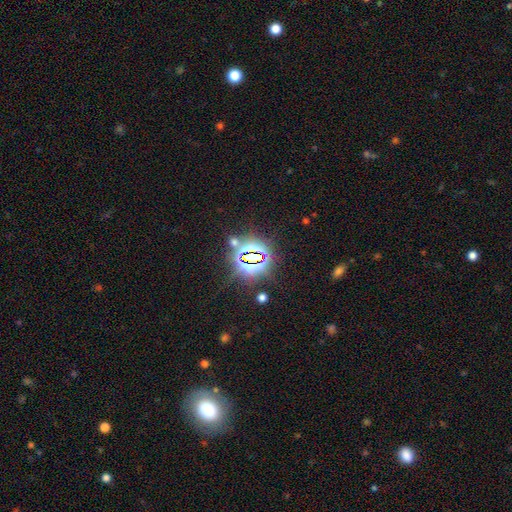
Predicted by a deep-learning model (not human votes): Smooth or featured: star or artifact — 82% (smooth — 11%)